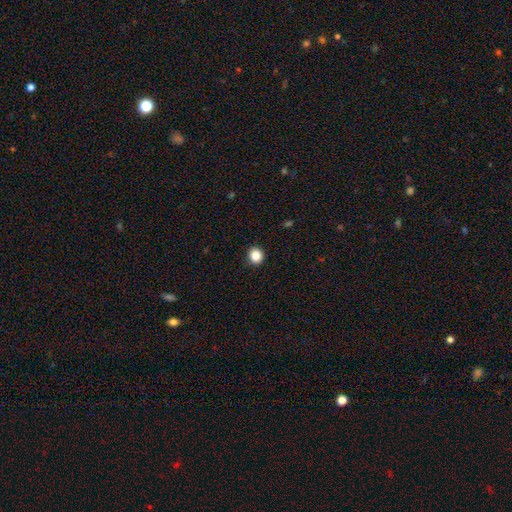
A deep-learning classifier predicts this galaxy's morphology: A smooth galaxy with no disk features (86%) that is round (89%).

Vote fractions:
- Smooth or featured? smooth: 86% / star or artifact: 11% / featured or disk: 3%
- How rounded? round: 89% / in between: 10% / cigar-shaped: 1%
- Merging? none: 93% / minor disturbance: 5% / major disturbance: 1% / merger: 1%